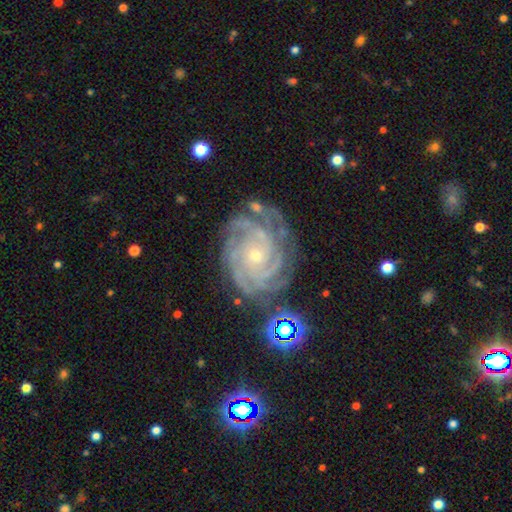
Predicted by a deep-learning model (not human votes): featured or disk 90%, star or artifact 7%, smooth 4%. Down the decision tree: edge-on disk — no (98%); bar — no (77%); spiral arms — yes (98%); spiral arm count — 4 (35%); spiral winding — tight (79%); bulge size — small (78%); merging — none (74%).